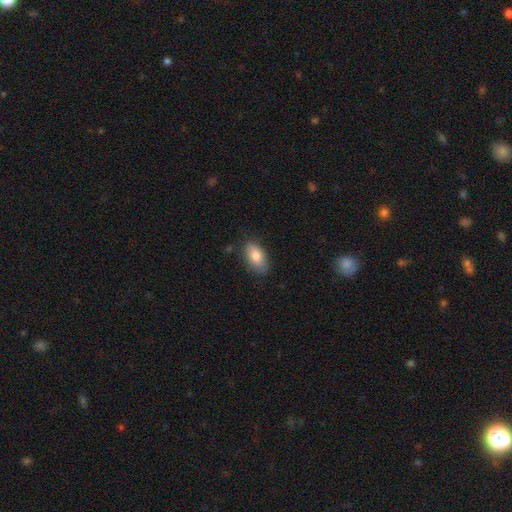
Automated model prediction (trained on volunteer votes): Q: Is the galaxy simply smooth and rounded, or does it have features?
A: smooth — 82%.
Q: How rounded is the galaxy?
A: in between — 92%.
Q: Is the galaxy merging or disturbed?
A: none — 77%.